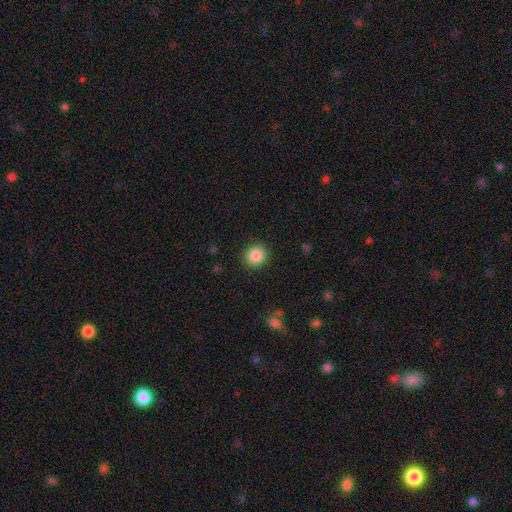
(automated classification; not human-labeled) Overall: smooth (87%). How rounded: round (86%). Merging: none (90%).